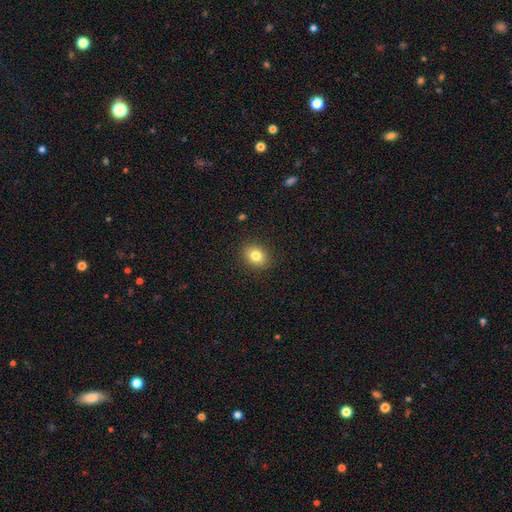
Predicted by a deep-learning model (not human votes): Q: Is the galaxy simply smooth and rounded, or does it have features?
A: smooth — 82%.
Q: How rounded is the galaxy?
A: in between — 52%.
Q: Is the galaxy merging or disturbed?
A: none — 89%.